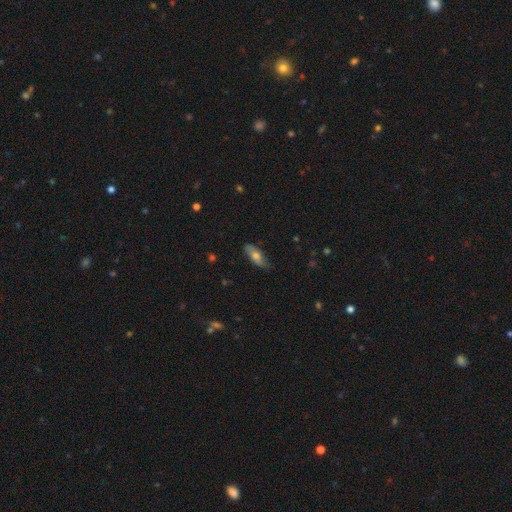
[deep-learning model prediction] smooth 59%, featured or disk 34%, star or artifact 7%. Down the decision tree: how rounded — in between (68%); merging — none (76%).